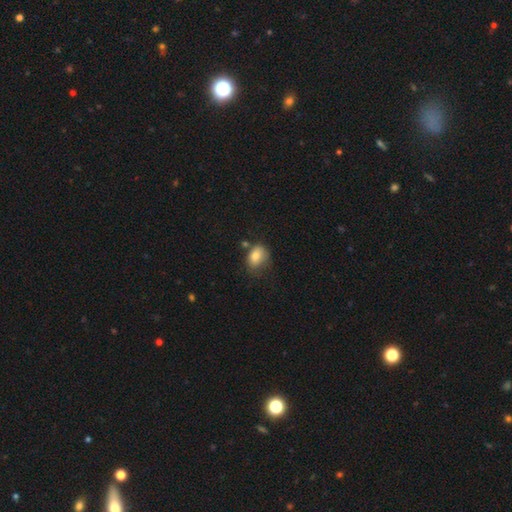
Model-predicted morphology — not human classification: A smooth galaxy with no disk features (80%) that is in between round and cigar-shaped (73%). Merging: none (44%).